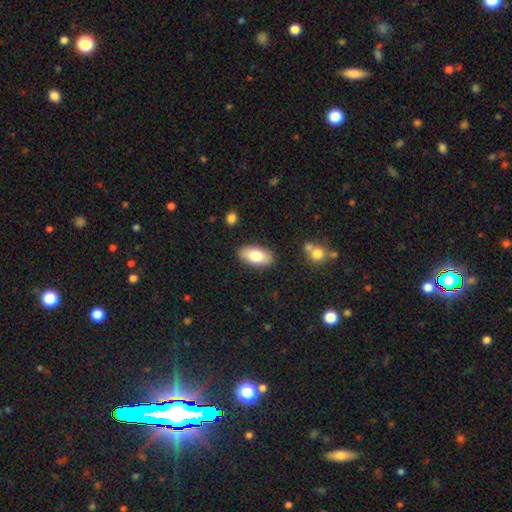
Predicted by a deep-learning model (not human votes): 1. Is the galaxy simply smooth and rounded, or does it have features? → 78% smooth, 15% featured or disk, 6% star or artifact.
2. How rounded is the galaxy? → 92% in between, 4% cigar-shaped, 3% round.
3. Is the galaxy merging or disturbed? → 87% none, 9% minor disturbance, 2% major disturbance, 2% merger.